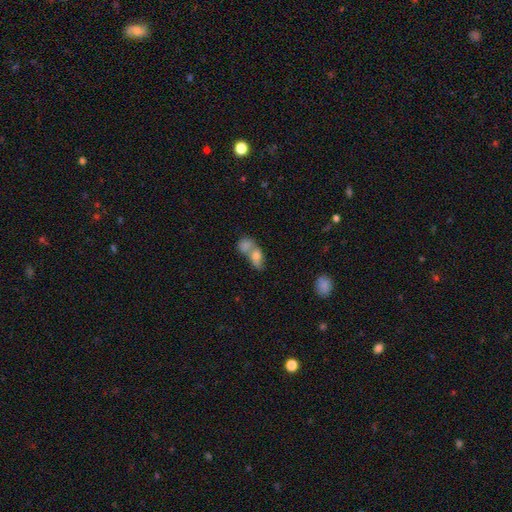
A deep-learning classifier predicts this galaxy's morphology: smooth 74%, featured or disk 18%, star or artifact 9%. Down the decision tree: how rounded — in between (76%); merging — merger (70%).